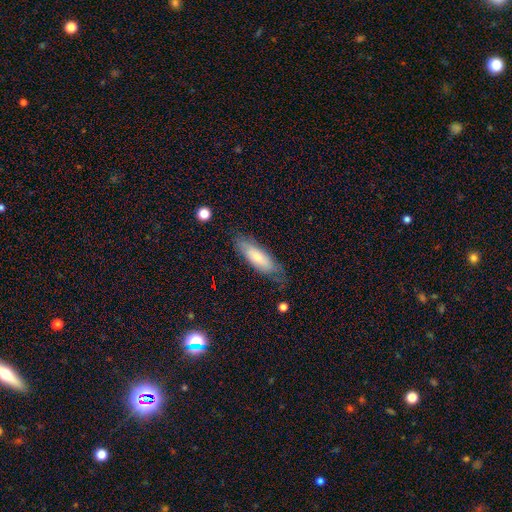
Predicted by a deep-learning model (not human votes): A smooth galaxy with no disk features (69%) that is in between round and cigar-shaped (50%). Merging: none (71%).